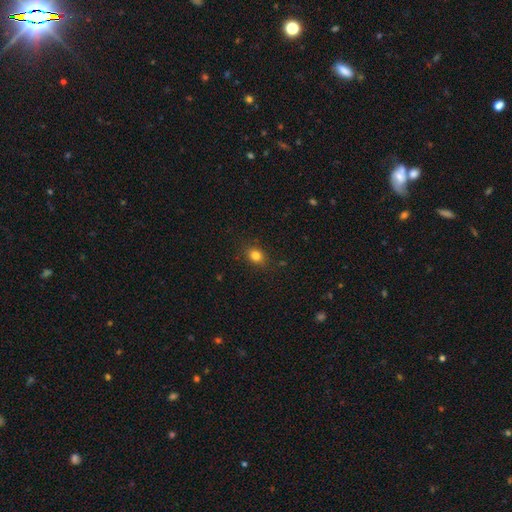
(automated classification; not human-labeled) A smooth galaxy with no disk features (82%) that is in between round and cigar-shaped (51%). Merging: none (86%).